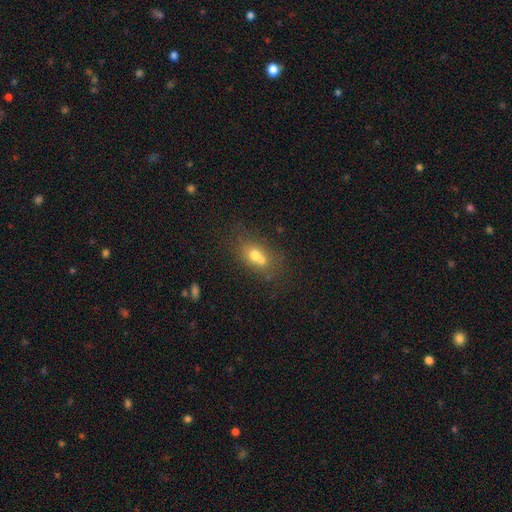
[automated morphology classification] Smooth or featured: smooth — 64% (featured or disk — 22%)
How rounded: in between — 56% (round — 41%)
Merging: merger — 50% (none — 35%)